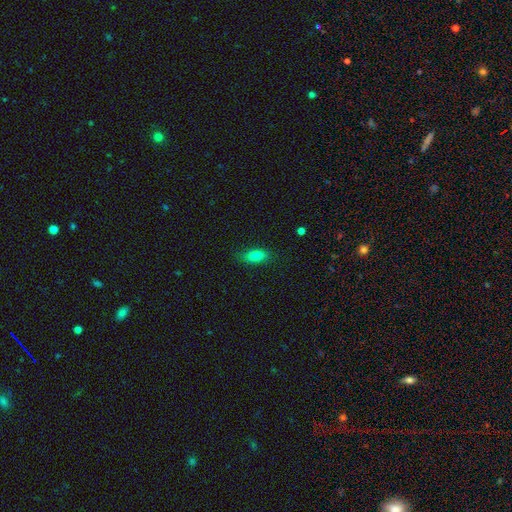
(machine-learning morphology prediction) A smooth galaxy with no disk features (80%) that is in between round and cigar-shaped (82%).

Vote fractions:
- Smooth or featured? smooth: 80% / featured or disk: 11% / star or artifact: 9%
- How rounded? in between: 82% / cigar-shaped: 13% / round: 5%
- Merging? none: 83% / minor disturbance: 13% / major disturbance: 3% / merger: 1%